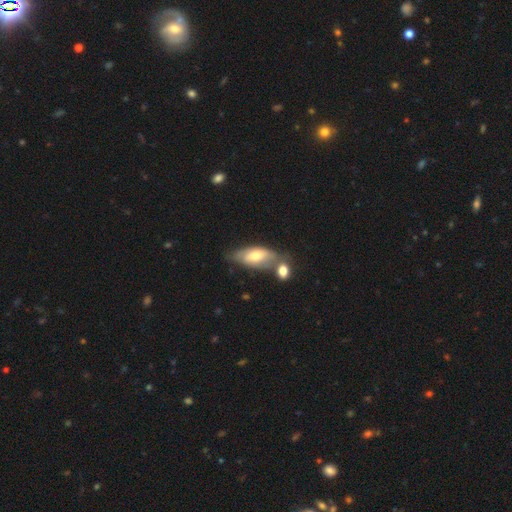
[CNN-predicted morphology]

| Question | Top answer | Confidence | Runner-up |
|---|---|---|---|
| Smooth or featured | smooth | 55% | featured or disk (38%) |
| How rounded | in between | 81% | cigar-shaped (16%) |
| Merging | none | 48% | merger (24%) |